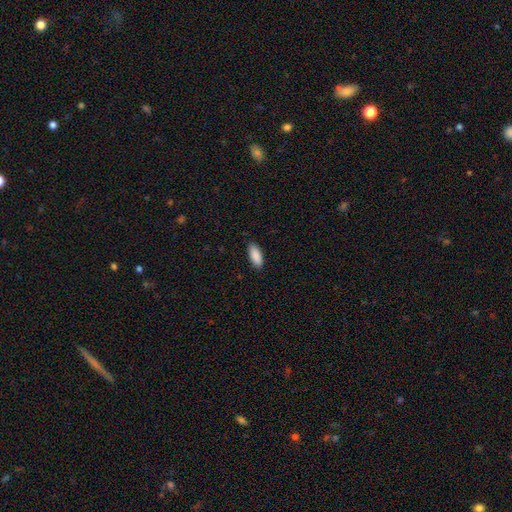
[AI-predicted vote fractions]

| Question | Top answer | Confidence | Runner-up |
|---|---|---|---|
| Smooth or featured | smooth | 90% | star or artifact (6%) |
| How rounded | in between | 84% | cigar-shaped (15%) |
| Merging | none | 88% | minor disturbance (9%) |